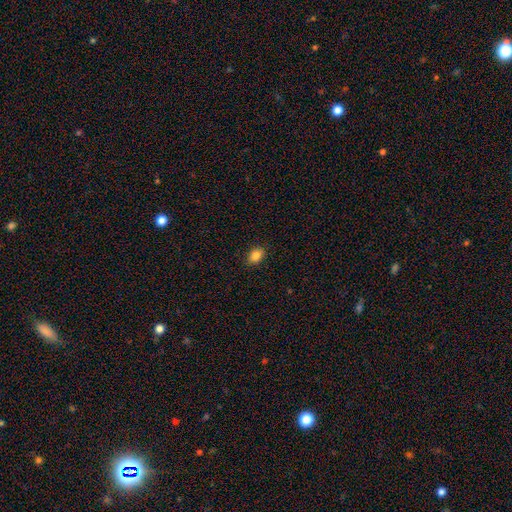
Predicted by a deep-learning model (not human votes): smooth 86%, star or artifact 10%, featured or disk 5%. Down the decision tree: how rounded — in between (71%); merging — none (89%).